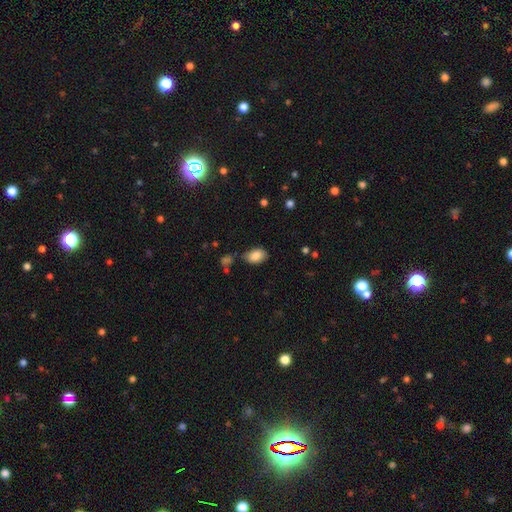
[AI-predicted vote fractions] smooth 84%, star or artifact 8%, featured or disk 8%. Down the decision tree: how rounded — in between (88%); merging — none (71%).